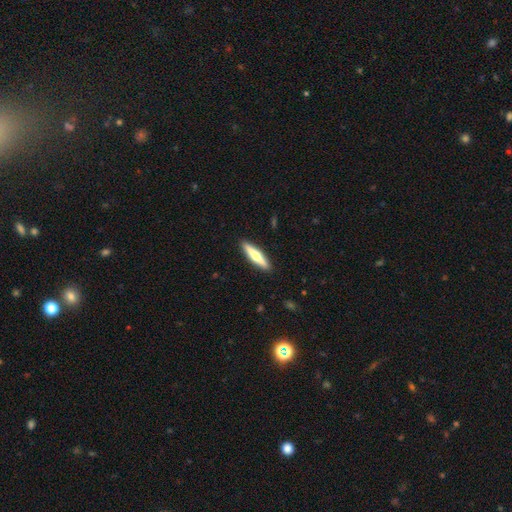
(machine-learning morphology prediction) The model was most divided on "smooth or featured": featured or disk: 53%, smooth: 42%, star or artifact: 5%. More confident: edge-on disk — yes (95%); edge-on bulge — rounded (93%); merging — none (91%).